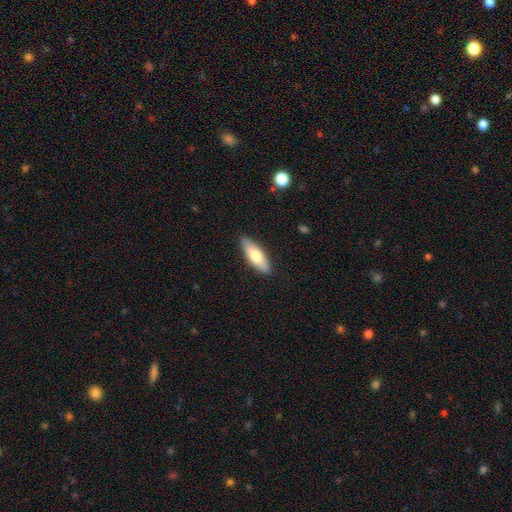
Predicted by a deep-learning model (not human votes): smooth 70%, featured or disk 24%, star or artifact 6%. Down the decision tree: how rounded — in between (61%); merging — none (87%).